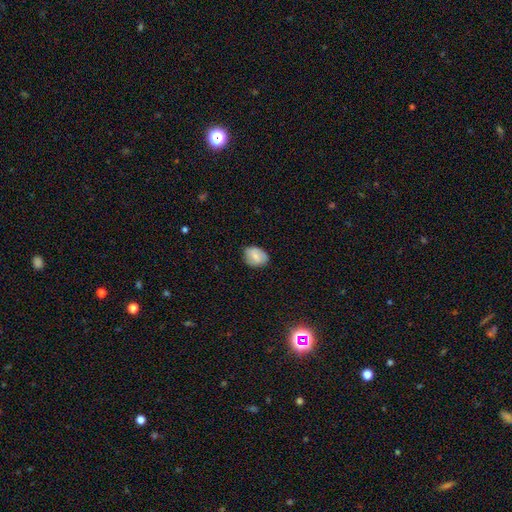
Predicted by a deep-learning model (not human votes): Smooth or featured? smooth (72%)
How rounded? in between (64%)
Merging? none (77%)